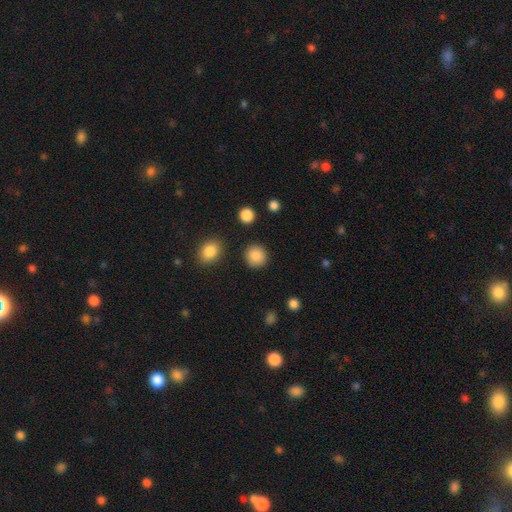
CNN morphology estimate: Smooth or featured?
  - smooth: 88% *
  - star or artifact: 9%
  - featured or disk: 3%
How rounded?
  - round: 91% *
  - in between: 8%
  - cigar-shaped: 1%
Merging?
  - none: 90% *
  - minor disturbance: 6%
  - major disturbance: 2%
  - merger: 2%